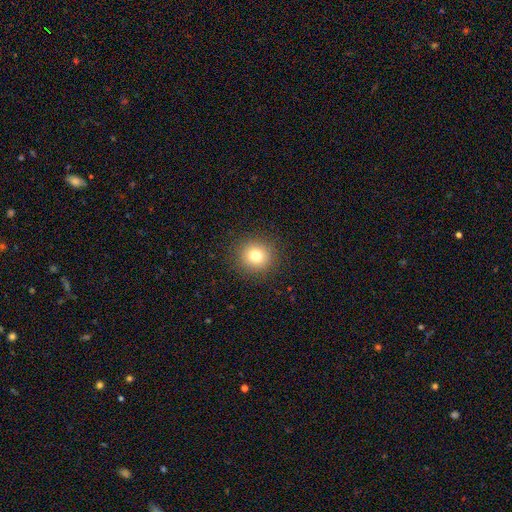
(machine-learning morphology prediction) The model was most divided on "smooth or featured": smooth: 78%, star or artifact: 13%, featured or disk: 9%. More confident: how rounded — round (92%); merging — none (90%).